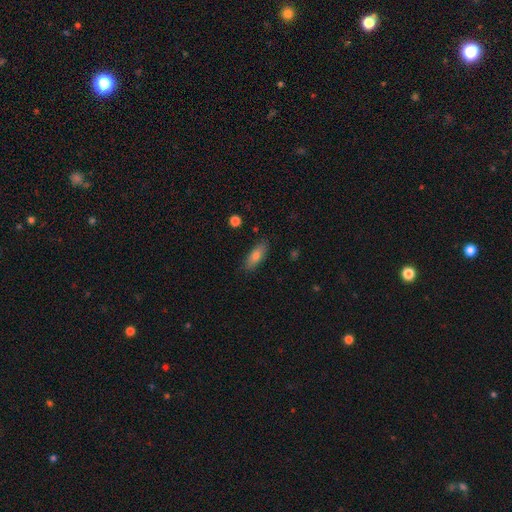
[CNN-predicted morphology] Smooth or featured?
  - smooth: 79% *
  - featured or disk: 13%
  - star or artifact: 8%
How rounded?
  - in between: 69% *
  - cigar-shaped: 28%
  - round: 3%
Merging?
  - none: 85% *
  - minor disturbance: 11%
  - major disturbance: 2%
  - merger: 1%